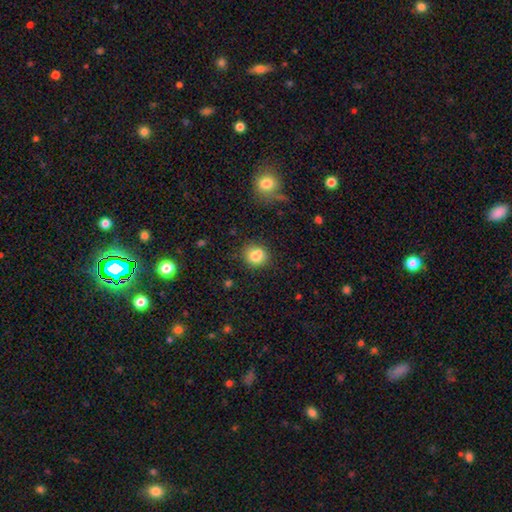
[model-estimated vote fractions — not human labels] The model was most divided on "merging": none: 64%, merger: 17%, minor disturbance: 15%, major disturbance: 4%. More confident: smooth or featured — smooth (78%); how rounded — round (73%).